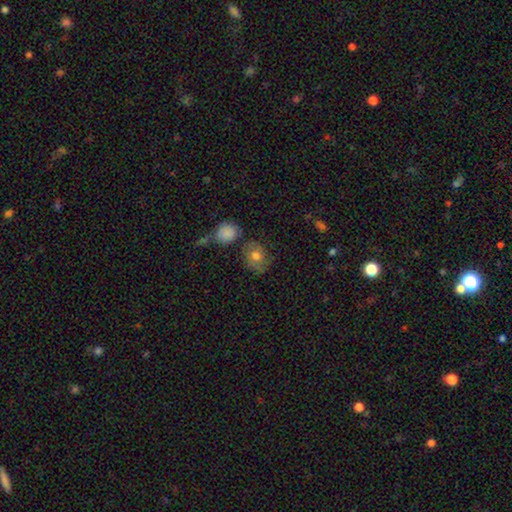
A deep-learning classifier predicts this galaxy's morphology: Smooth or featured: smooth — 67% (featured or disk — 23%)
How rounded: round — 64% (in between — 35%)
Merging: none — 62% (minor disturbance — 22%)